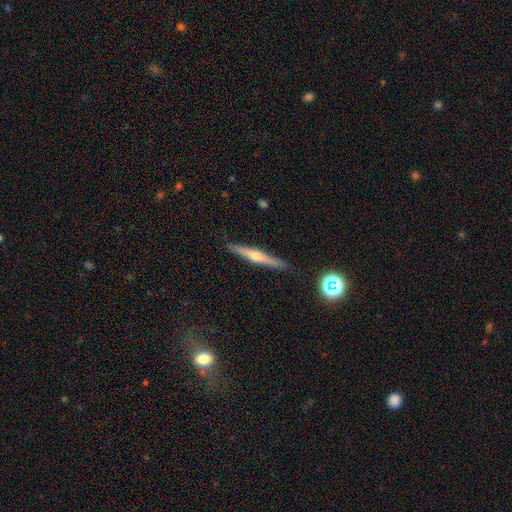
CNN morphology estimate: smooth-or-featured: featured or disk: 63% | smooth: 30% | star or artifact: 7%
  disk-edge-on: yes: 97% | no: 3%
    edge-on-bulge: rounded: 84% | none: 11% | boxy: 5%
  merging: none: 89% | minor disturbance: 8% | major disturbance: 2% | merger: 1%